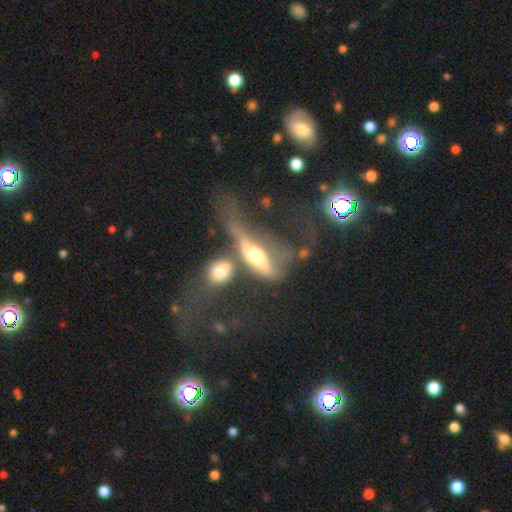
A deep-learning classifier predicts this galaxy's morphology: type=featured or disk (54%); edge-on=no (57%); merging=merger (55%).